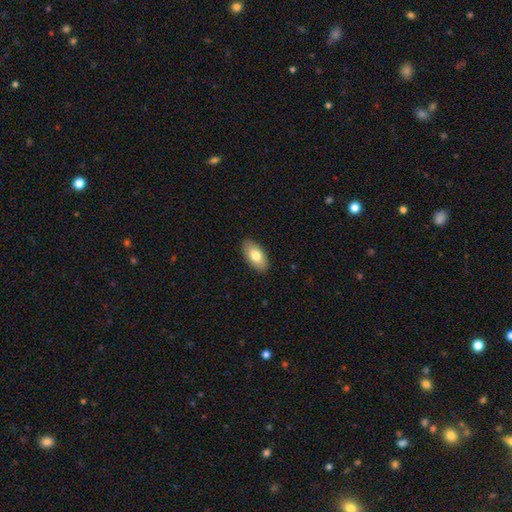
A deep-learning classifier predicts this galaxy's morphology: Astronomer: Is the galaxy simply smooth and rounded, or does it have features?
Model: smooth — 79%.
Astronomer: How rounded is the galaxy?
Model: in between — 94%.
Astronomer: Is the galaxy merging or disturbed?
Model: none — 89%.